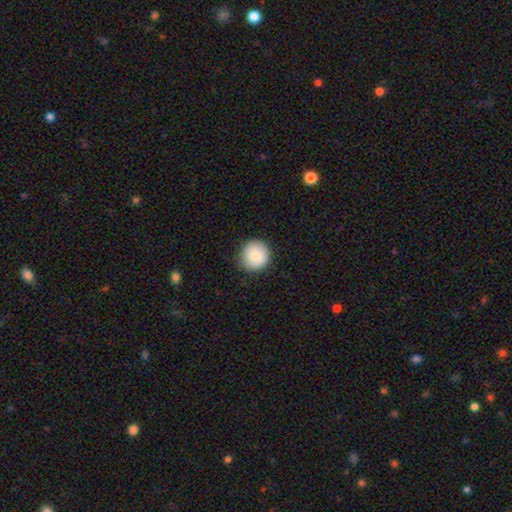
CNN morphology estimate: type=smooth (85%); roundness=round (92%); merging=none (86%).